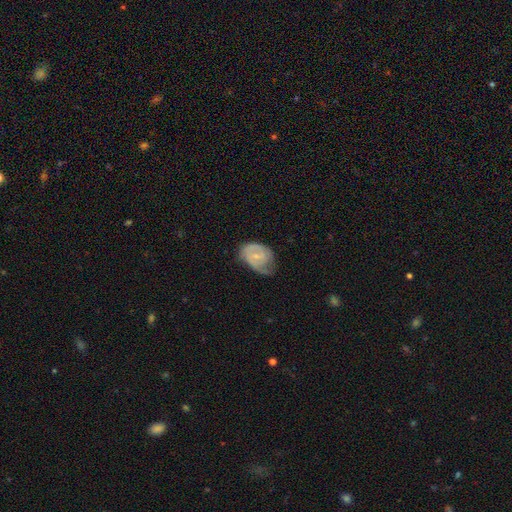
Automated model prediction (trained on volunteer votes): This is likely a featured or disk galaxy (63%). It is clearly not viewed edge-on (97%). Bar: possibly no (48%). Spiral arm pattern: clearly yes (81%). Central bulge: likely small (64%). Merging: marginally none (42%).